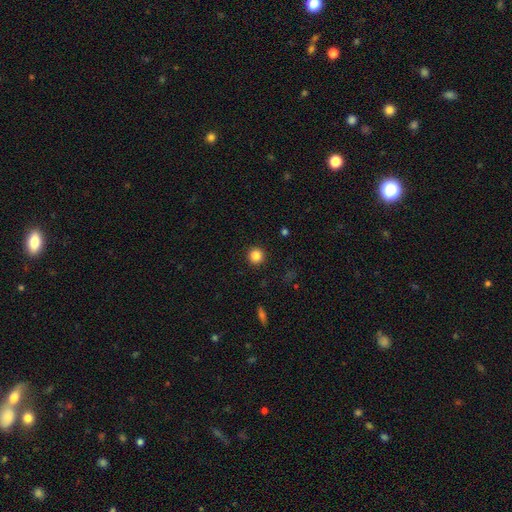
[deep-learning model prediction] Overall: smooth (85%). How rounded: round (94%). Merging: none (92%).